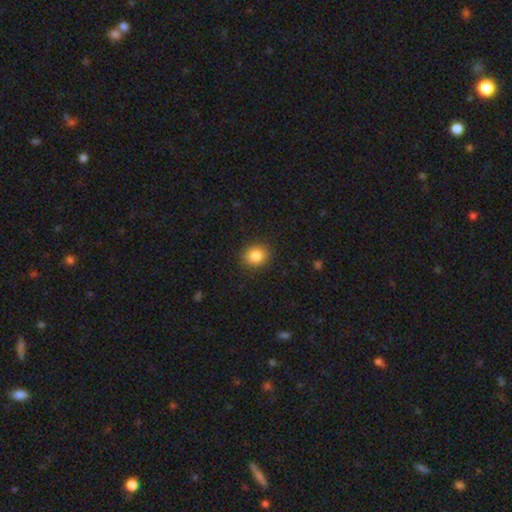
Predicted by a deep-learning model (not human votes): A smooth galaxy with no disk features (85%) that is round (76%). Merging: none (90%).